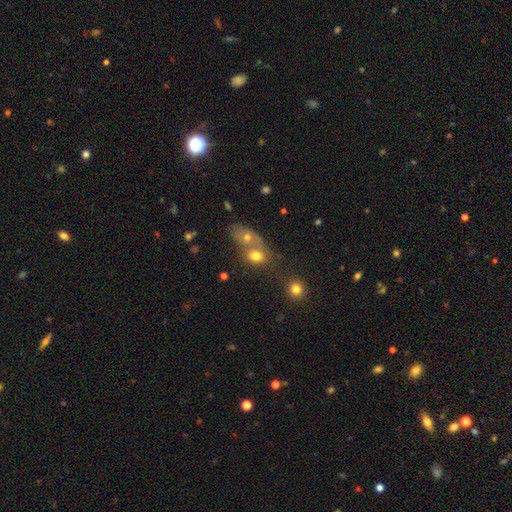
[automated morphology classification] smooth_or_featured: smooth (p=0.72) [alt: featured or disk p=0.16]
how_rounded: in between (p=0.53) [alt: round p=0.45]
merging: merger (p=0.53) [alt: none p=0.33]